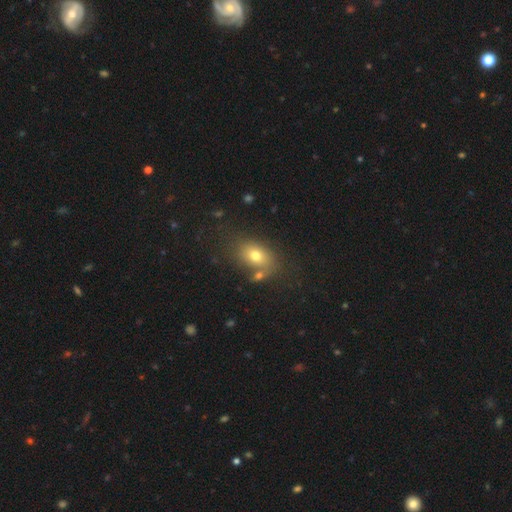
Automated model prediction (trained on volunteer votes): smooth 73%, featured or disk 15%, star or artifact 12%. Down the decision tree: how rounded — in between (76%); merging — none (65%).